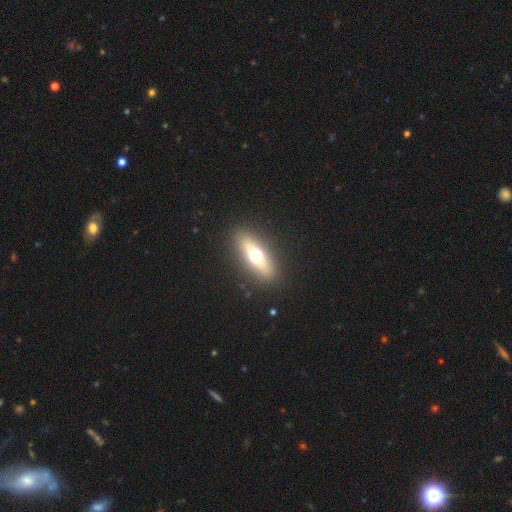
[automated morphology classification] type=smooth (49%); merging=none (89%).